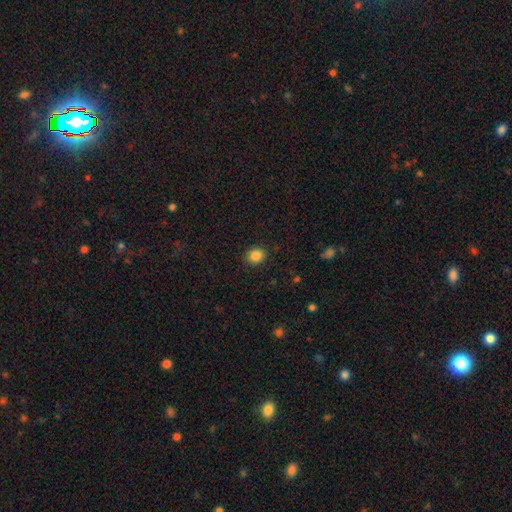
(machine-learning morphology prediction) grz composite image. It shows a smooth galaxy with no disk features (86%) that is round (68%). Merging: none (89%).